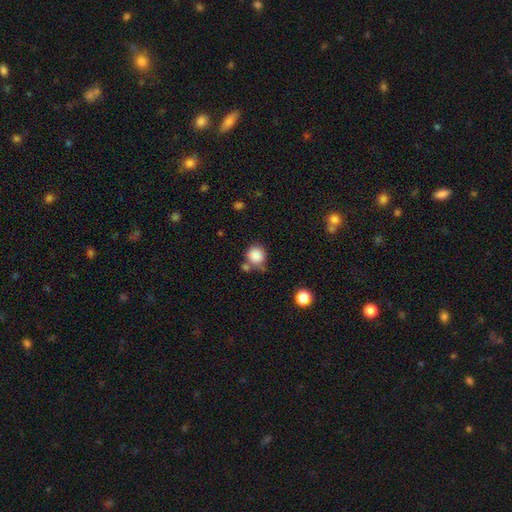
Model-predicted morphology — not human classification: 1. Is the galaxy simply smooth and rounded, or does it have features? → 85% smooth, 9% star or artifact, 6% featured or disk.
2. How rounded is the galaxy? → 86% round, 13% in between, 1% cigar-shaped.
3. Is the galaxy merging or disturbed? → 57% none, 19% merger, 18% minor disturbance, 6% major disturbance.